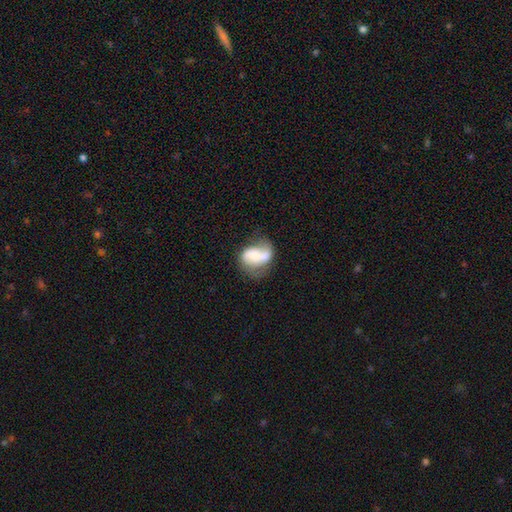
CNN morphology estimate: Smooth or featured: featured or disk — 59% (smooth — 33%)
Edge-on disk: no — 97% (yes — 3%)
Bar: no — 57% (weak — 29%)
Spiral arms: yes — 76% (no — 24%)
Bulge size: moderate — 40% (small — 34%)
Merging: none — 43% (minor disturbance — 24%)